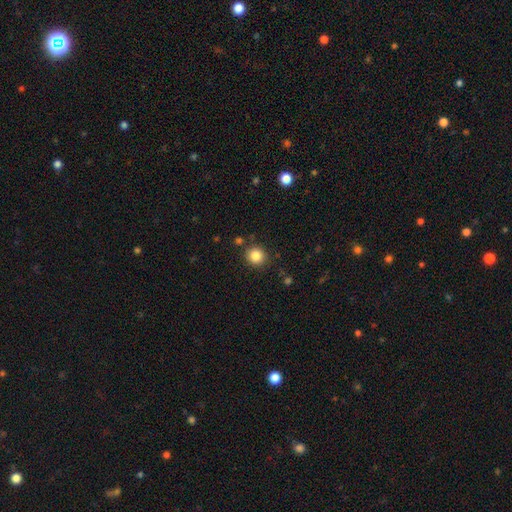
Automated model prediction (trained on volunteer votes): Morphology: type=smooth (86%); roundness=round (90%); merging=none (86%).